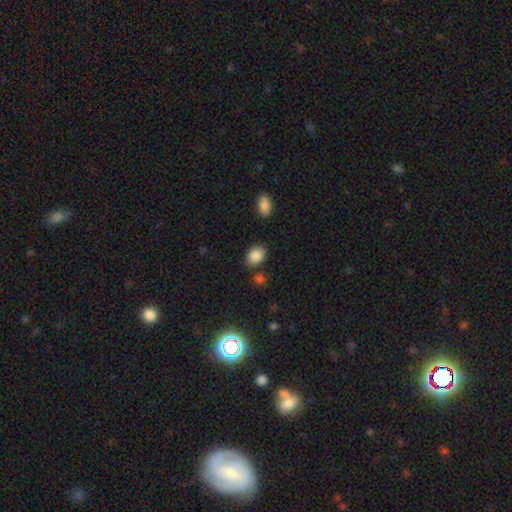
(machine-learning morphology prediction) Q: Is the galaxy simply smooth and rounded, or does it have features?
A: smooth — 87%.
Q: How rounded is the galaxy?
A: in between — 71%.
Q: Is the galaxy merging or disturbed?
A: none — 78%.